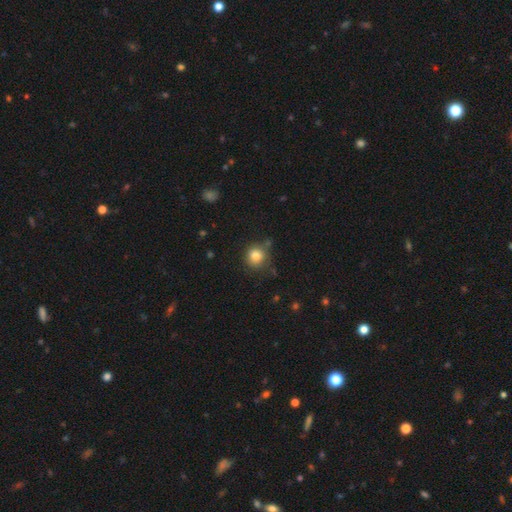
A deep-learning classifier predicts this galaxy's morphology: type=smooth (83%); roundness=round (89%); merging=none (76%).